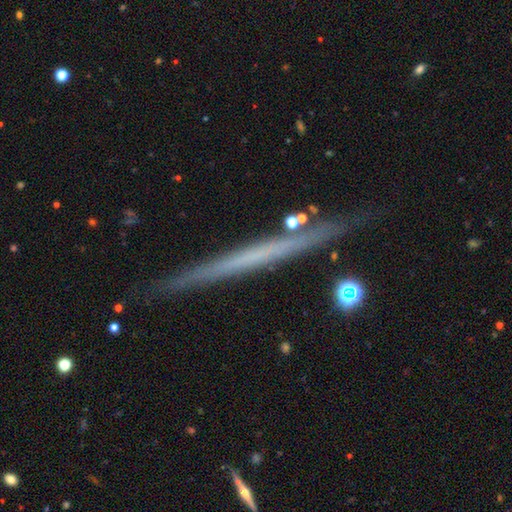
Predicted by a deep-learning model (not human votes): Smooth or featured? featured or disk (57%)
Edge-on disk? yes (96%)
Edge-on bulge? none (86%)
Merging? none (84%)